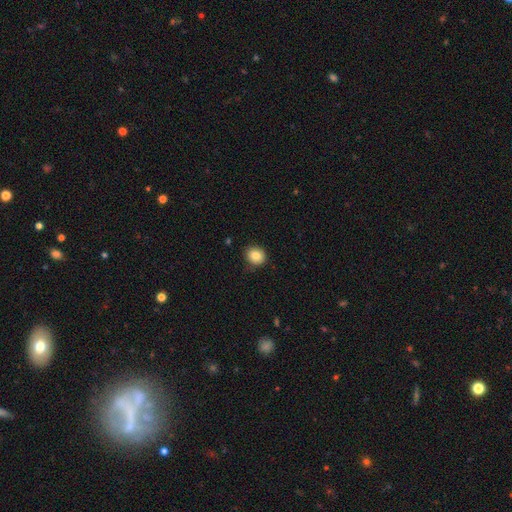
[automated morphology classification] Smooth or featured: smooth — 85% (star or artifact — 9%)
How rounded: round — 75% (in between — 24%)
Merging: none — 84% (minor disturbance — 12%)